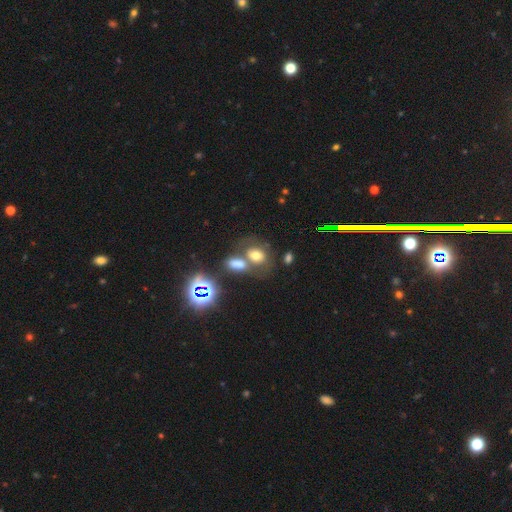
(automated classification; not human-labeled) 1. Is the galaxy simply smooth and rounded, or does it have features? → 64% smooth, 18% star or artifact, 17% featured or disk.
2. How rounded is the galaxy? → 63% in between, 35% round, 2% cigar-shaped.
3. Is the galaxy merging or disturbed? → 42% merger, 37% none, 12% minor disturbance, 8% major disturbance.